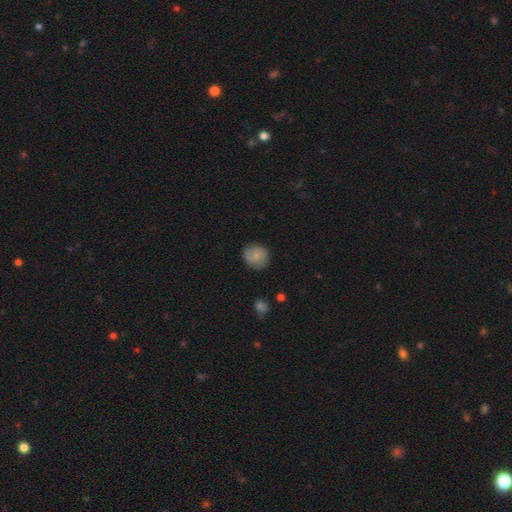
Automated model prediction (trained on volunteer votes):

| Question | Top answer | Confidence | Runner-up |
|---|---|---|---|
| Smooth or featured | smooth | 67% | featured or disk (25%) |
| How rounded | round | 80% | in between (19%) |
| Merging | none | 78% | minor disturbance (17%) |